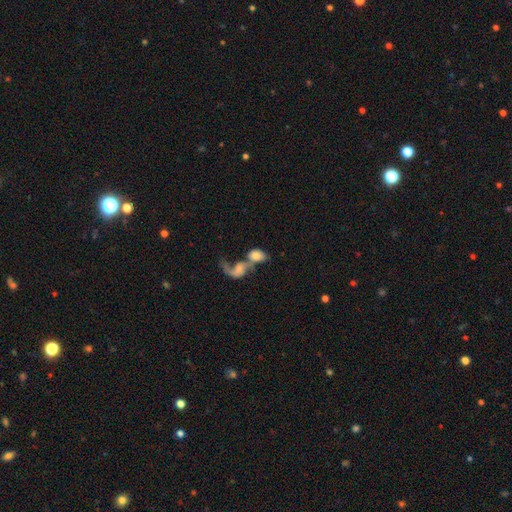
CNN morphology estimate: Smooth or featured?
  - smooth: 58% *
  - featured or disk: 33%
  - star or artifact: 8%
How rounded?
  - in between: 81% *
  - round: 16%
  - cigar-shaped: 3%
Merging?
  - merger: 74% *
  - major disturbance: 11%
  - none: 10%
  - minor disturbance: 5%